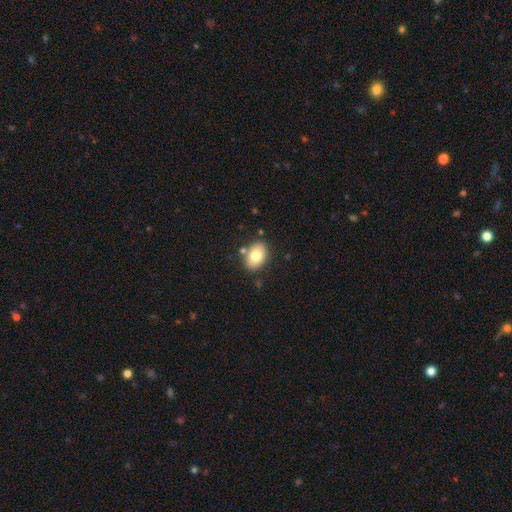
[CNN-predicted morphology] Smooth or featured? smooth (78%)
How rounded? in between (80%)
Merging? none (81%)